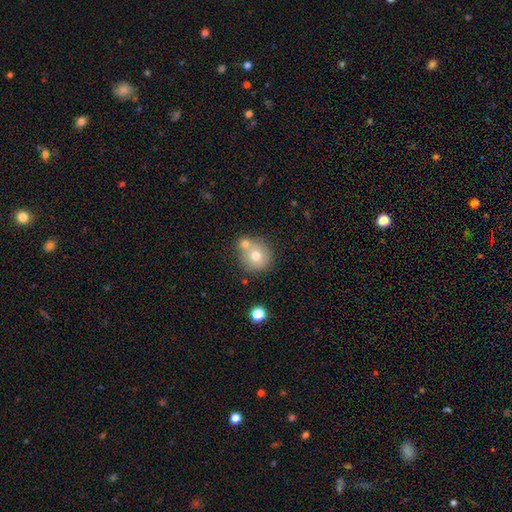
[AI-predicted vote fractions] This appears to be a smooth galaxy with no disk features (72%) that is round (87%). Merging: none (50%).